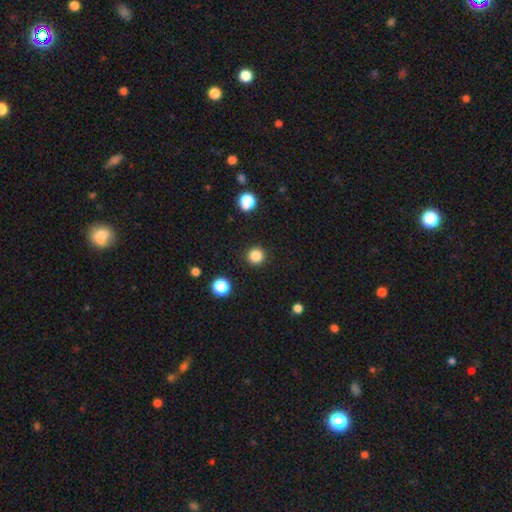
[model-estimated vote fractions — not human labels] smooth 84%, star or artifact 12%, featured or disk 4%. Down the decision tree: how rounded — round (95%); merging — none (92%).